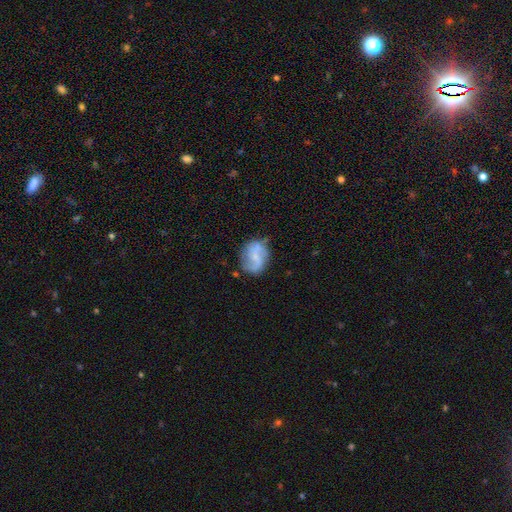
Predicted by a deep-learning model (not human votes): smooth_or_featured: featured or disk (p=0.64) [alt: smooth p=0.29]
disk_edge_on: no (p=0.97) [alt: yes p=0.03]
bar: weak (p=0.46) [alt: no p=0.38]
has_spiral_arms: yes (p=0.84) [alt: no p=0.16]
spiral_winding: loose (p=0.52) [alt: medium p=0.35]
spiral_arm_count: 2 (p=0.81) [alt: can't tell p=0.10]
bulge_size: small (p=0.45) [alt: none p=0.33]
merging: none (p=0.60) [alt: minor disturbance p=0.24]